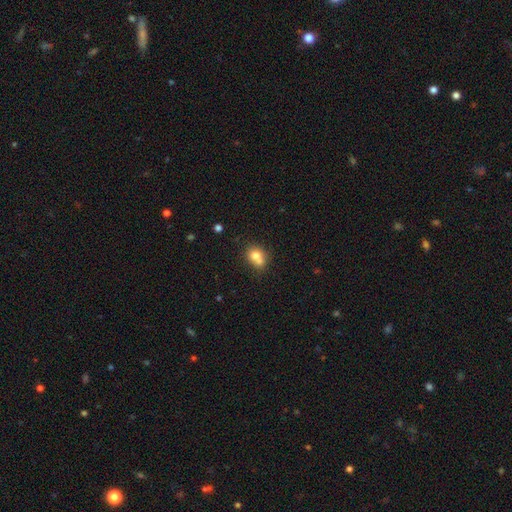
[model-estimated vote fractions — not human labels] Smooth or featured?
  - smooth: 73% *
  - featured or disk: 16%
  - star or artifact: 11%
How rounded?
  - round: 62% *
  - in between: 37%
  - cigar-shaped: 1%
Merging?
  - merger: 45% *
  - none: 39%
  - minor disturbance: 12%
  - major disturbance: 4%